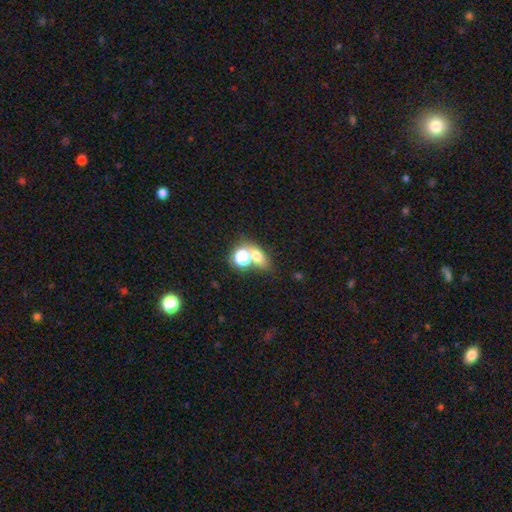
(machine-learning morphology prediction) Q: Smooth or featured?
A: smooth (61%); runner-up: star or artifact (26%)
Q: How rounded?
A: in between (57%); runner-up: round (39%)
Q: Merging?
A: none (54%); runner-up: merger (32%)